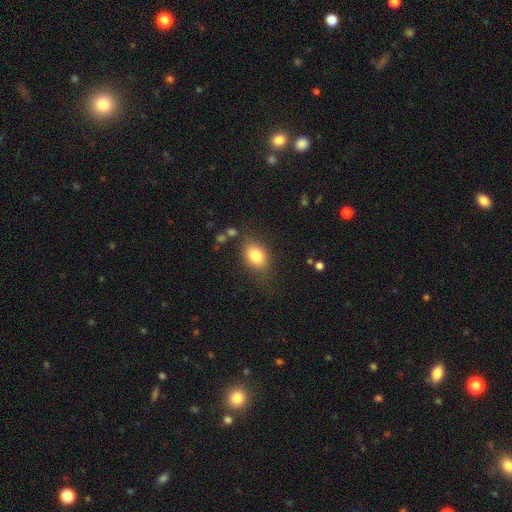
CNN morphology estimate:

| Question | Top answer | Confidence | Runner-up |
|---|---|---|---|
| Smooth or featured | smooth | 80% | featured or disk (11%) |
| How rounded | in between | 73% | round (25%) |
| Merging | none | 74% | minor disturbance (17%) |